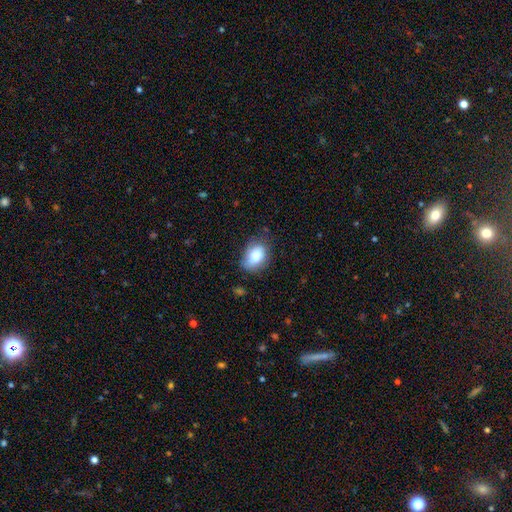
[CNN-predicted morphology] Smooth or featured?
  - smooth: 84% *
  - featured or disk: 9%
  - star or artifact: 7%
How rounded?
  - in between: 79% *
  - round: 20%
  - cigar-shaped: 1%
Merging?
  - none: 61% *
  - minor disturbance: 29%
  - major disturbance: 8%
  - merger: 2%